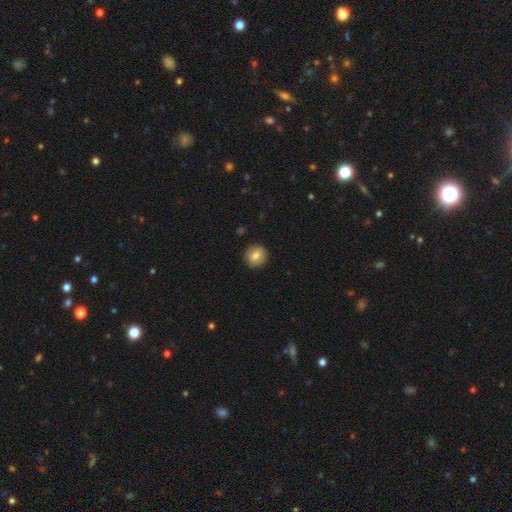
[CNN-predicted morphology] smooth_or_featured: smooth (p=0.80) [alt: featured or disk p=0.12]
how_rounded: round (p=0.92) [alt: in between p=0.07]
merging: none (p=0.91) [alt: minor disturbance p=0.06]